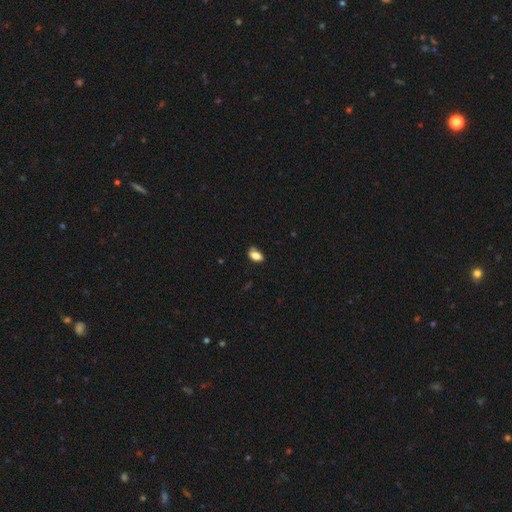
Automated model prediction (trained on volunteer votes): Morphology: type=smooth (82%); roundness=in between (89%); merging=none (61%).